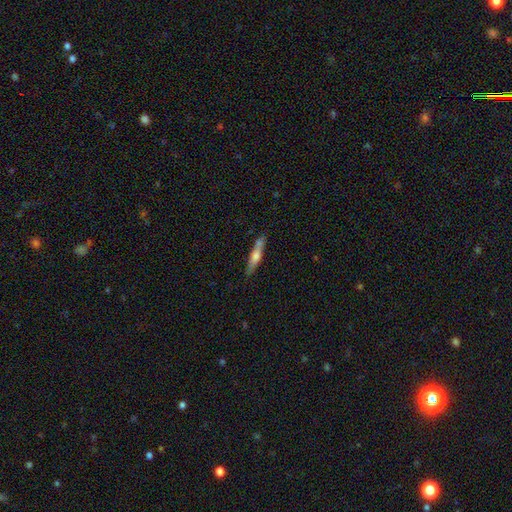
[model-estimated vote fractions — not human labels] A smooth galaxy with no disk features (47%, tied with featured or disk).

Vote fractions:
- Smooth or featured? smooth: 47% (tied) / featured or disk: 47% (tied) / star or artifact: 6%
- Merging? none: 76% / minor disturbance: 14% / merger: 7% / major disturbance: 3%